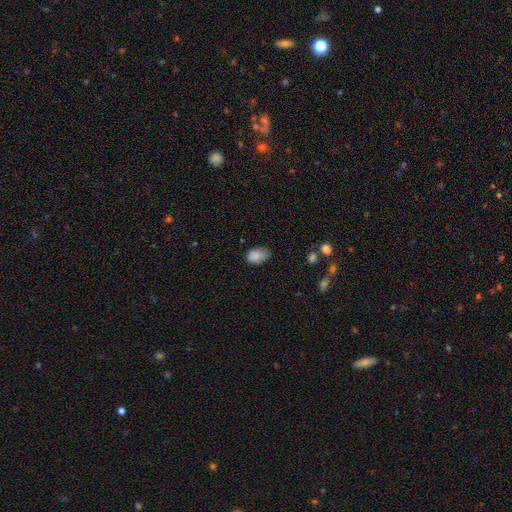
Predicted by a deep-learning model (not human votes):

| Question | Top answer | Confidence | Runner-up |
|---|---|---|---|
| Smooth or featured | smooth | 85% | star or artifact (9%) |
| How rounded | in between | 83% | round (16%) |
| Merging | none | 59% | minor disturbance (32%) |